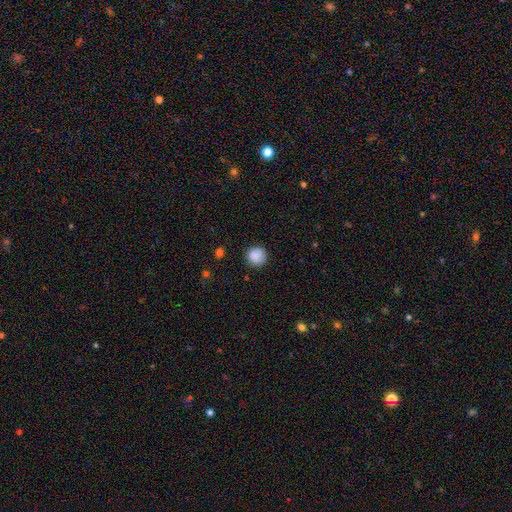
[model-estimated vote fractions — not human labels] A smooth galaxy with no disk features (88%) that is round (94%). Merging: none (88%).